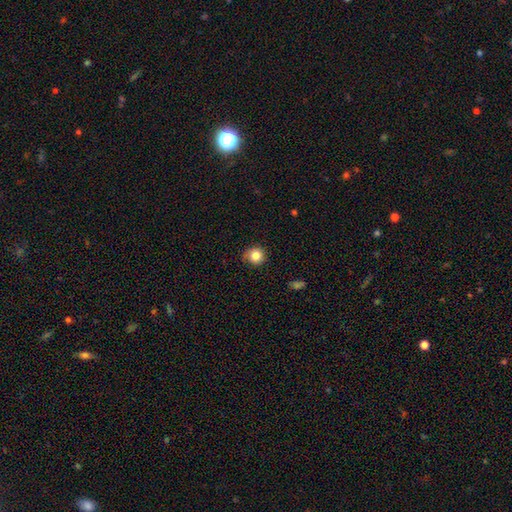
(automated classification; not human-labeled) A smooth galaxy with no disk features (83%) that is round (90%). Merging: none (81%).